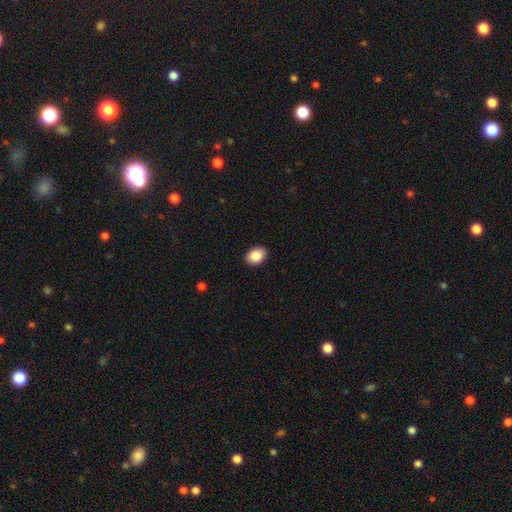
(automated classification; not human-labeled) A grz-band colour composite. It shows a smooth galaxy with no disk features (88%) that is in between round and cigar-shaped (77%). Merging: none (90%).